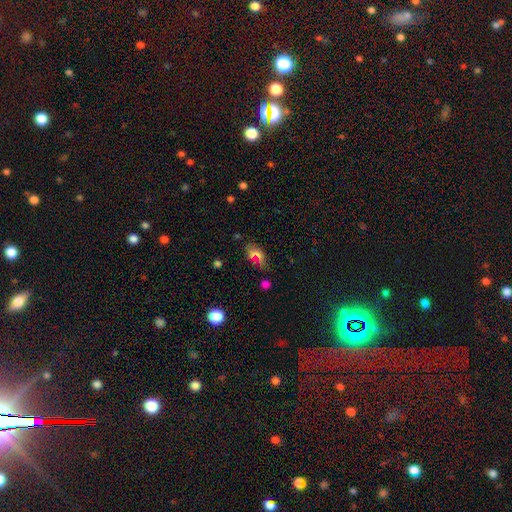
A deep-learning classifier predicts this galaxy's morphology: Q: Smooth or featured?
A: smooth (55%); runner-up: star or artifact (29%)
Q: How rounded?
A: in between (78%); runner-up: round (13%)
Q: Merging?
A: none (59%); runner-up: minor disturbance (19%)